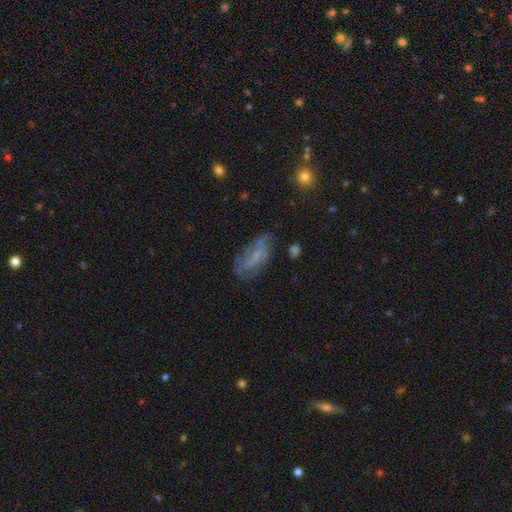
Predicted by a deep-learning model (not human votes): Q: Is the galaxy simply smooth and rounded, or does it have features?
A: featured or disk — 52%.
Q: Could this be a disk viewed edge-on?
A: no — 89%.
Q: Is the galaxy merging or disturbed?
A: none — 52%.